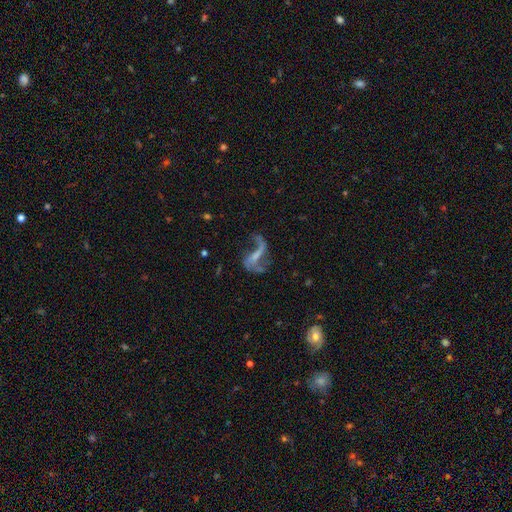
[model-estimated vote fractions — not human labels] Smooth or featured? Predicted: featured or disk (p=0.79). Edge-on disk? Predicted: no (p=0.95). Bar? Predicted: weak (p=0.39). Spiral arms? Predicted: yes (p=0.88). Spiral winding? Predicted: loose (p=0.82). Spiral arm count? Predicted: 2 (p=0.79). Bulge size? Predicted: small (p=0.44). Merging? Predicted: none (p=0.47).